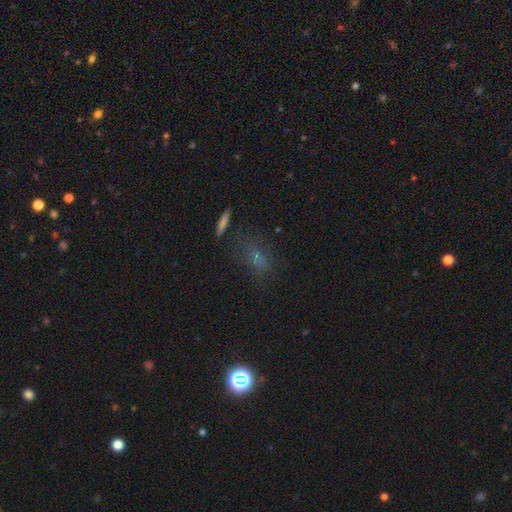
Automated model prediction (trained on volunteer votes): Q: Smooth or featured?
A: smooth (54%); runner-up: star or artifact (31%)
Q: How rounded?
A: in between (67%); runner-up: round (19%)
Q: Merging?
A: none (70%); runner-up: minor disturbance (16%)